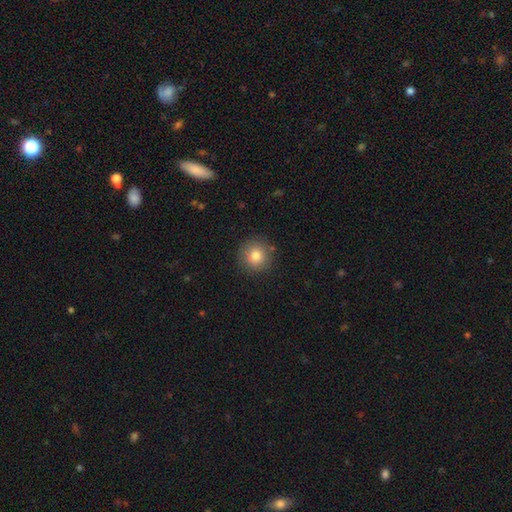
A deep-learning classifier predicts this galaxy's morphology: Smooth or featured: smooth — 82% (star or artifact — 10%)
How rounded: round — 94% (in between — 6%)
Merging: none — 86% (minor disturbance — 9%)